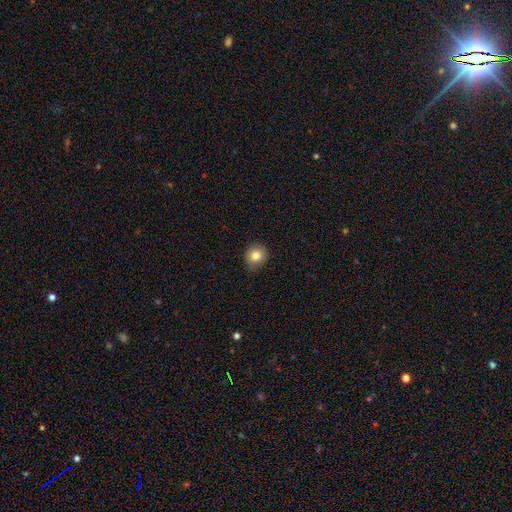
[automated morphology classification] This is clearly a smooth galaxy (81%). How rounded: clearly round (81%). Merging: clearly none (83%).